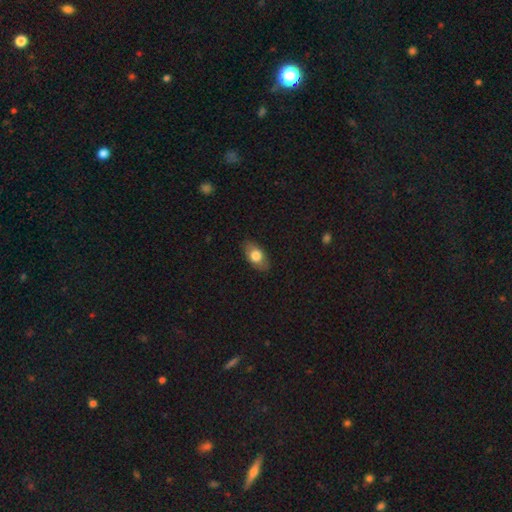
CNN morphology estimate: Smooth or featured? smooth (75%)
How rounded? in between (89%)
Merging? none (84%)